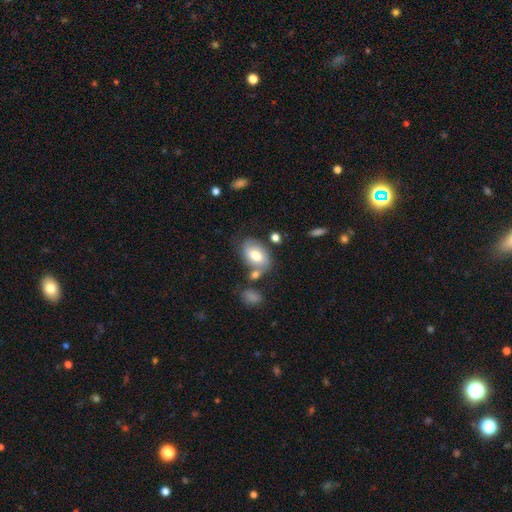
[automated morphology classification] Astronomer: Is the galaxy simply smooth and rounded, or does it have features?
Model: smooth — 71%.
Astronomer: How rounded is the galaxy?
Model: in between — 85%.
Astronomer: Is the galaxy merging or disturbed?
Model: none — 59%.